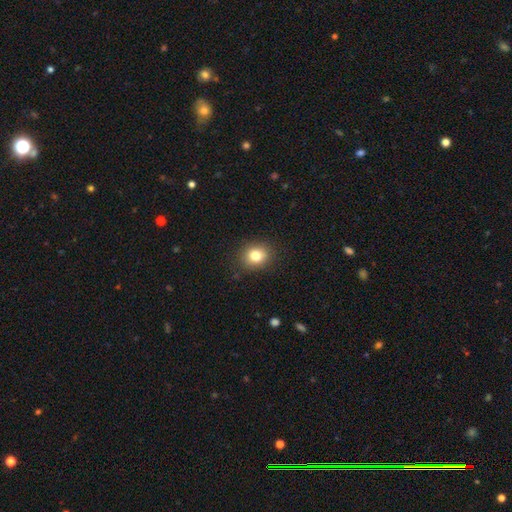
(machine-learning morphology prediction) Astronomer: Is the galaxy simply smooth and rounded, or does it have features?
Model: smooth — 81%.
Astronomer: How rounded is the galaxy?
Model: round — 66%.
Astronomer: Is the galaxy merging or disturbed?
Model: none — 87%.